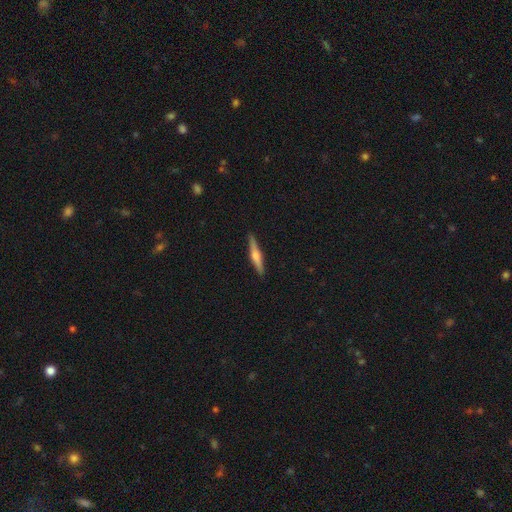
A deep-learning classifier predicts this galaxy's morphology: Smooth or featured? Predicted: featured or disk (p=0.62). Edge-on disk? Predicted: yes (p=0.97). Edge-on bulge? Predicted: rounded (p=0.87). Merging? Predicted: none (p=0.91).